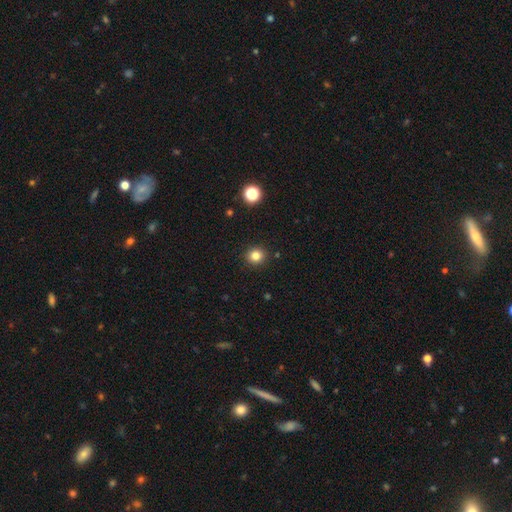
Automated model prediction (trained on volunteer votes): Smooth or featured? Predicted: smooth (p=0.82). How rounded? Predicted: round (p=0.88). Merging? Predicted: none (p=0.91).